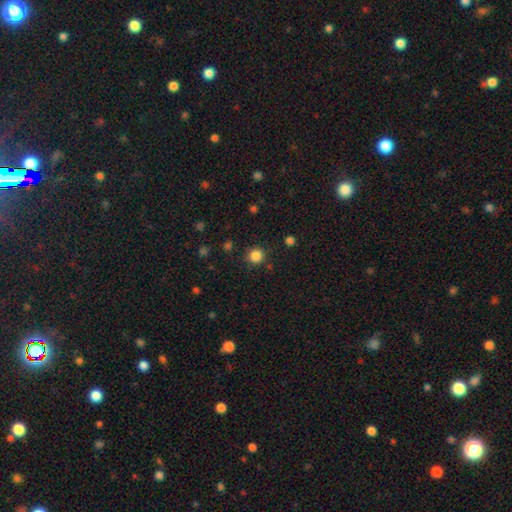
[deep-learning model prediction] smooth_or_featured: smooth (p=0.85) [alt: star or artifact p=0.12]
how_rounded: round (p=0.93) [alt: in between p=0.06]
merging: none (p=0.88) [alt: minor disturbance p=0.07]